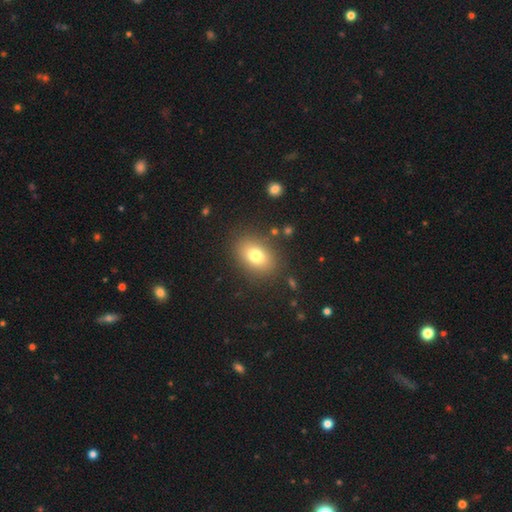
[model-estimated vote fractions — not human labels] Q: Smooth or featured?
A: smooth (77%); runner-up: featured or disk (12%)
Q: How rounded?
A: in between (73%); runner-up: round (26%)
Q: Merging?
A: none (85%); runner-up: minor disturbance (9%)